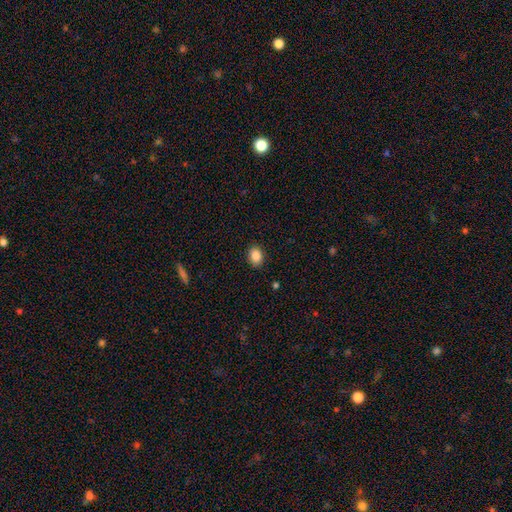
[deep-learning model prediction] The model was most divided on "how rounded": in between: 67%, round: 32%, cigar-shaped: 1%. More confident: merging — none (89%); smooth or featured — smooth (87%).